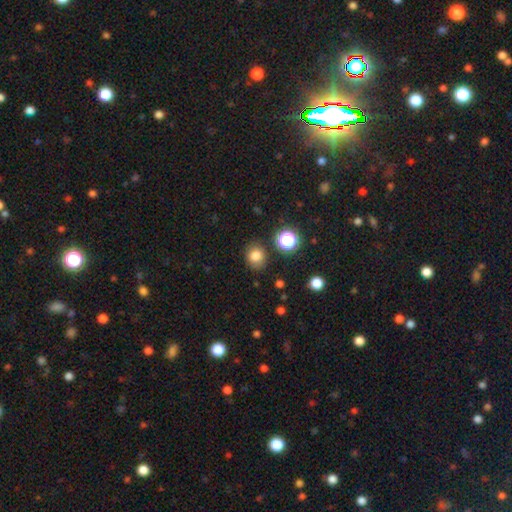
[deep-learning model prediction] Overall: smooth (80%). How rounded: round (72%). Merging: none (81%).